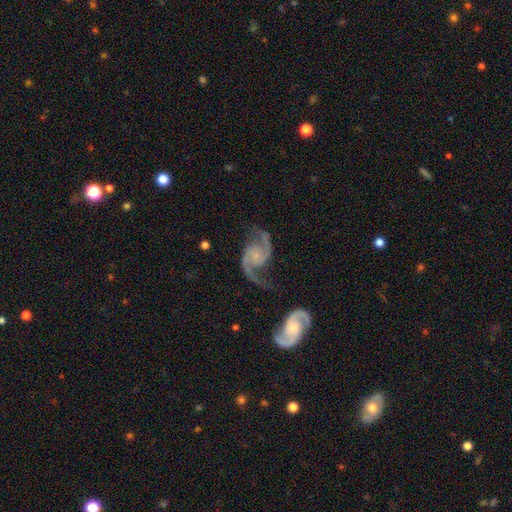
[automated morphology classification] The model was most divided on "spiral winding": medium: 49%, loose: 41%, tight: 10%. More confident: spiral arms — yes (98%); edge-on disk — no (98%); spiral arm count — 2 (94%); smooth or featured — featured or disk (92%); bar — no (67%); bulge size — small (65%); merging — none (62%).